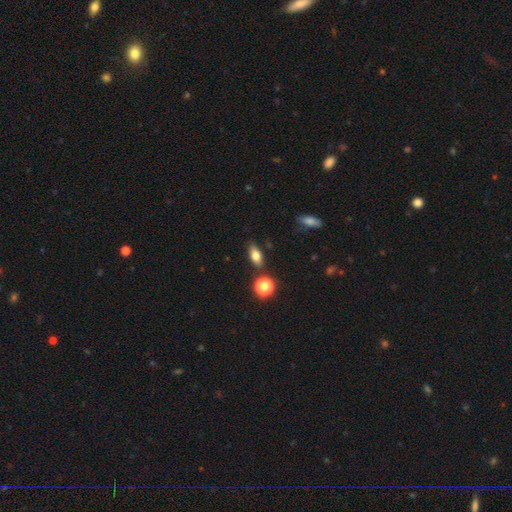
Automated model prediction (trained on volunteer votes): smooth 74%, featured or disk 15%, star or artifact 11%. Down the decision tree: how rounded — in between (77%); merging — none (81%).